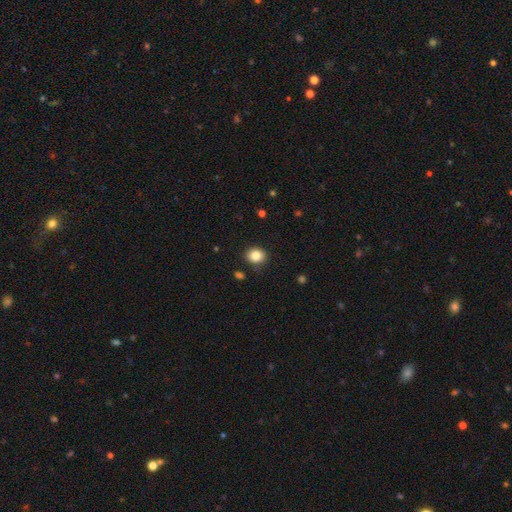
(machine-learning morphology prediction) Q: Smooth or featured?
A: smooth (84%); runner-up: star or artifact (10%)
Q: How rounded?
A: round (70%); runner-up: in between (29%)
Q: Merging?
A: none (86%); runner-up: minor disturbance (10%)